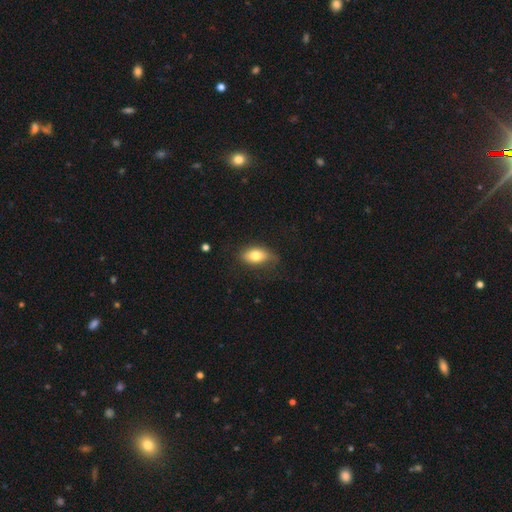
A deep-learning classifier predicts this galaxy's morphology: This is likely a smooth galaxy (74%). How rounded: clearly in between (86%). Merging: likely none (64%).